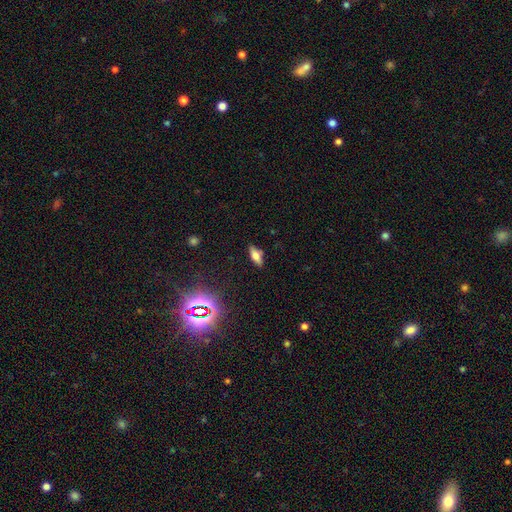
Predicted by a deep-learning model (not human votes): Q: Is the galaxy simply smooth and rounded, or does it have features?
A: smooth — 57%.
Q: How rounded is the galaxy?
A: in between — 69%.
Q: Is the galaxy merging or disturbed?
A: none — 85%.